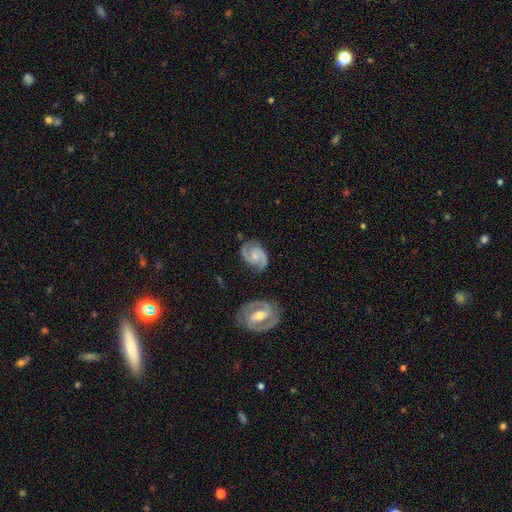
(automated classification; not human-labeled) Smooth or featured: featured or disk — 88% (smooth — 7%)
Edge-on disk: no — 98% (yes — 2%)
Bar: no — 60% (weak — 33%)
Spiral arms: yes — 98% (no — 2%)
Spiral winding: medium — 56% (tight — 29%)
Spiral arm count: 2 — 92% (can't tell — 2%)
Bulge size: small — 53% (moderate — 29%)
Merging: none — 75% (minor disturbance — 16%)